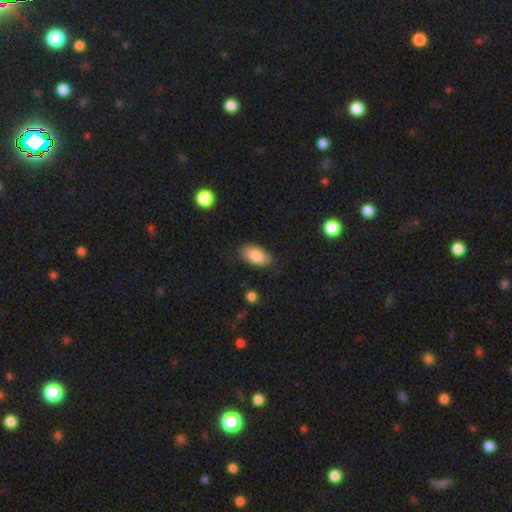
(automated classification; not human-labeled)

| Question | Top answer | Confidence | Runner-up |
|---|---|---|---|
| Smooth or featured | smooth | 86% | featured or disk (8%) |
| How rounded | in between | 93% | cigar-shaped (4%) |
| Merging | none | 81% | minor disturbance (14%) |